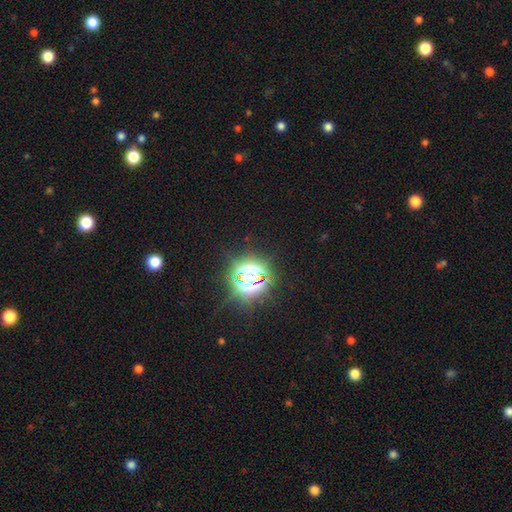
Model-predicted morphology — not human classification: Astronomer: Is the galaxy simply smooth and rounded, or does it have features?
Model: star or artifact — 84%.